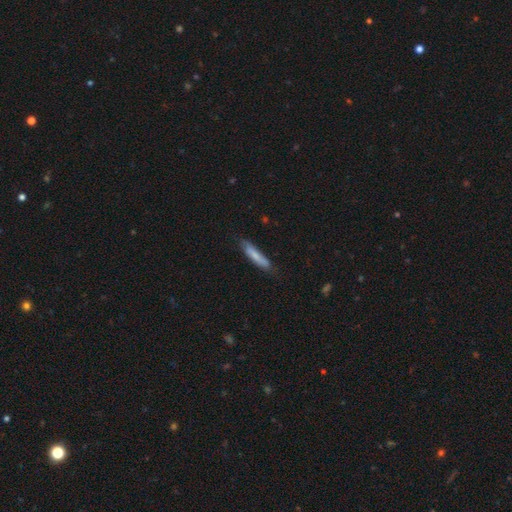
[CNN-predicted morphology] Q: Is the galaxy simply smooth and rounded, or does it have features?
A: smooth — 72%.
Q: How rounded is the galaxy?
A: cigar-shaped — 85%.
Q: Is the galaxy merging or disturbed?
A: none — 74%.